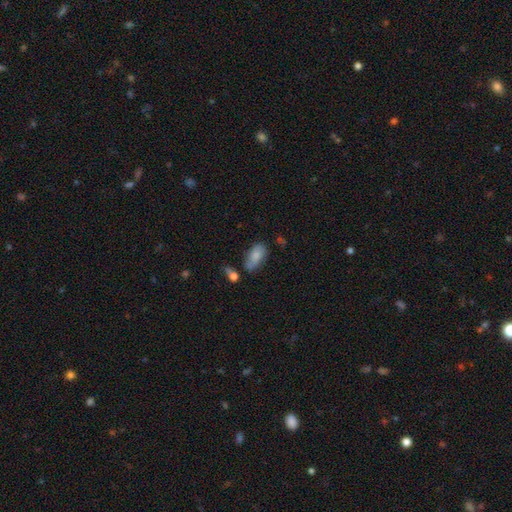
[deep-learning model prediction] smooth-or-featured: smooth: 80% | featured or disk: 12% | star or artifact: 8%
  how-rounded: in between: 91% | cigar-shaped: 5% | round: 4%
  merging: none: 50% | minor disturbance: 28% | merger: 11% | major disturbance: 10%